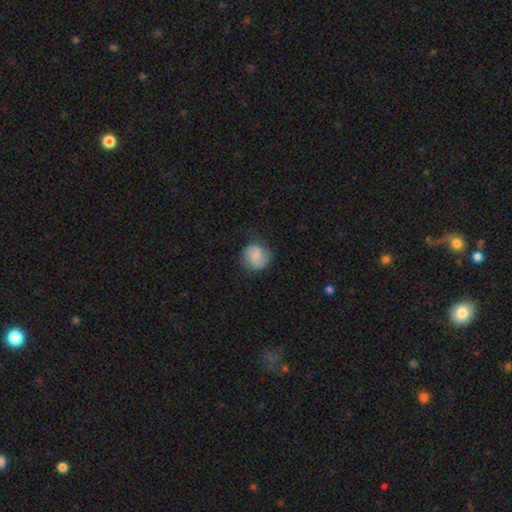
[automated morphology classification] The model was most divided on "smooth or featured": featured or disk: 49%, smooth: 43%, star or artifact: 7%. More confident: merging — none (75%).